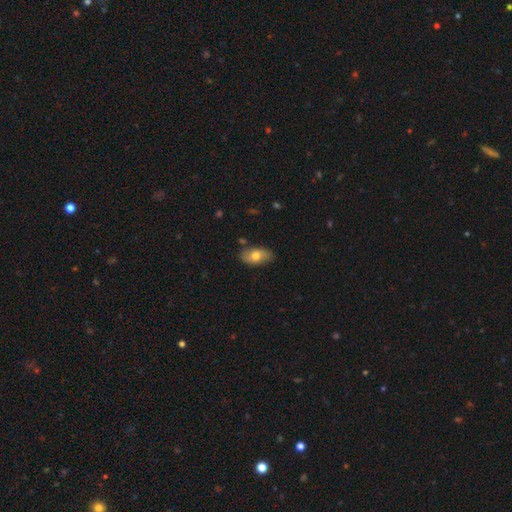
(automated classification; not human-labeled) Q: Smooth or featured?
A: smooth (68%); runner-up: featured or disk (26%)
Q: How rounded?
A: in between (92%); runner-up: round (5%)
Q: Merging?
A: none (79%); runner-up: minor disturbance (16%)